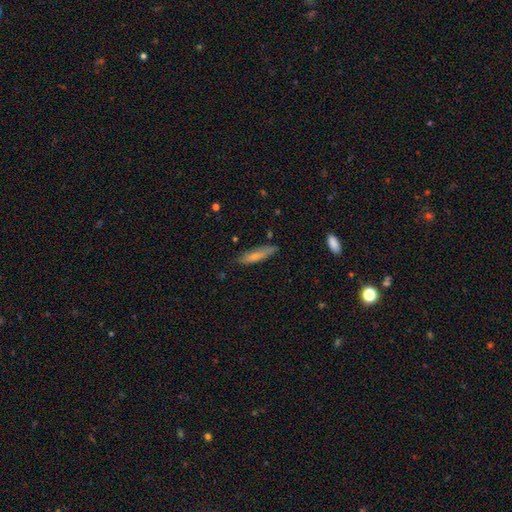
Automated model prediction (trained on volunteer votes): Morphology: type=smooth (69%); roundness=cigar-shaped (82%); merging=none (77%).